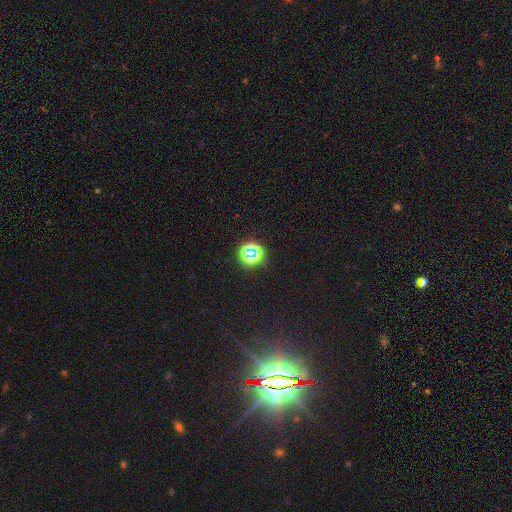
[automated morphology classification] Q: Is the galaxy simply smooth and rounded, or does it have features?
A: star or artifact — 68%.